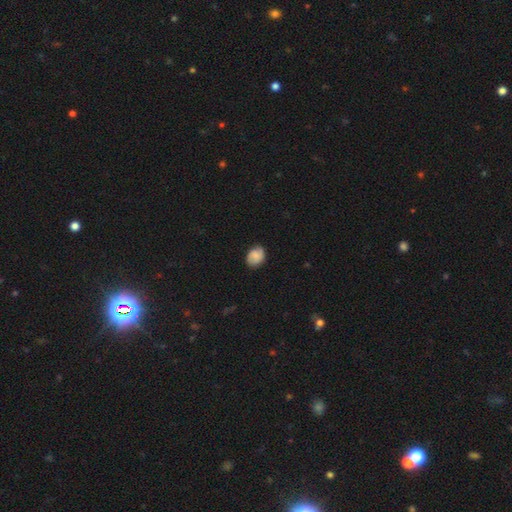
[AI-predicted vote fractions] The model was most divided on "how rounded": in between: 59%, round: 40%, cigar-shaped: 1%. More confident: merging — none (77%); smooth or featured — smooth (63%).